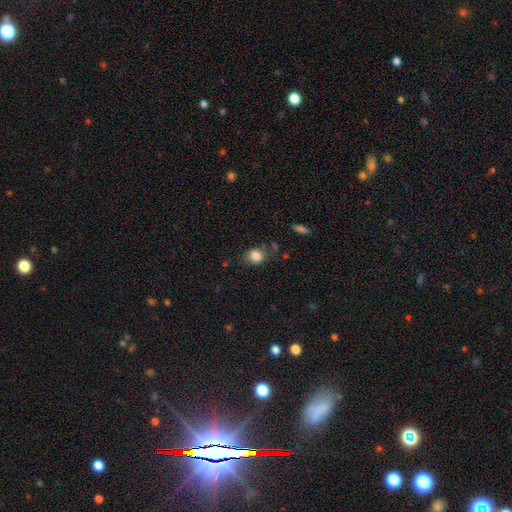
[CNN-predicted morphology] The model was most divided on "how rounded": round: 53%, in between: 46%, cigar-shaped: 1%. More confident: smooth or featured — smooth (85%); merging — none (68%).